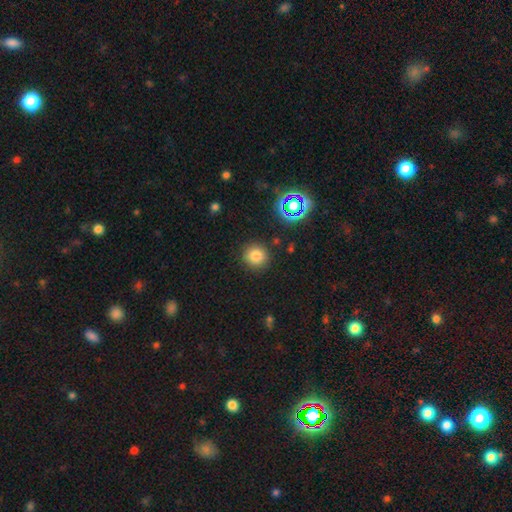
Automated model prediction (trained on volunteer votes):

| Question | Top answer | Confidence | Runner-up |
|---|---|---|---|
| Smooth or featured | smooth | 79% | star or artifact (15%) |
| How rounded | round | 92% | in between (7%) |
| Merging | none | 89% | minor disturbance (7%) |